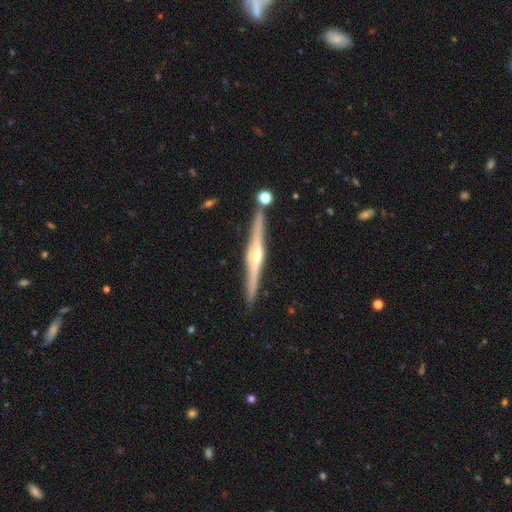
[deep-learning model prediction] Overall: featured or disk (80%). Edge-on disk: yes (98%). Edge-on bulge: rounded (83%). Merging: none (87%).